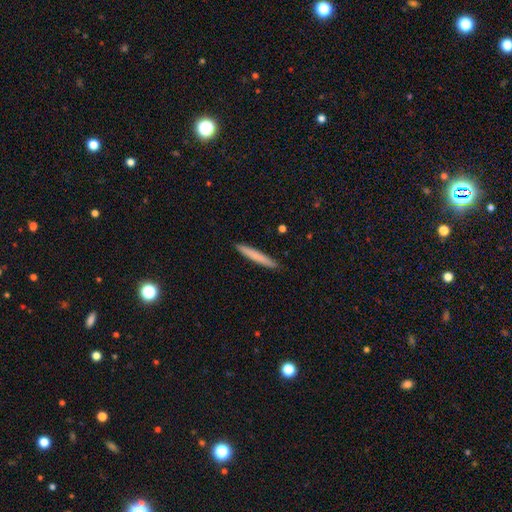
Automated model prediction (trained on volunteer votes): Morphology: type=smooth (76%); roundness=cigar-shaped (96%); merging=none (92%).